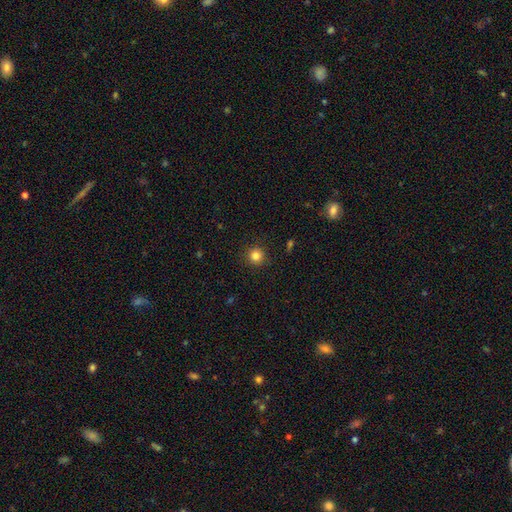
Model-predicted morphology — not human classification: type=smooth (83%); roundness=round (95%); merging=none (91%).